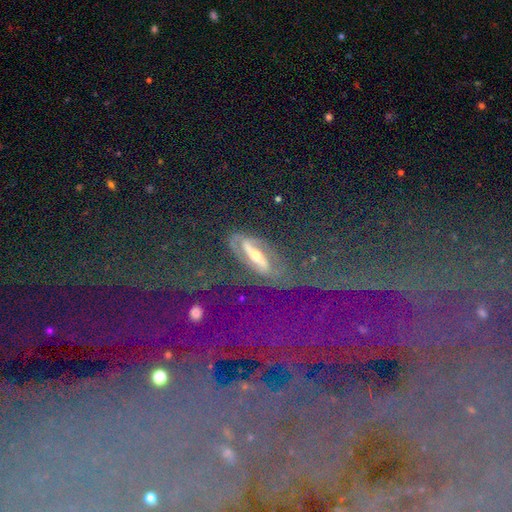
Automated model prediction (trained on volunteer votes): A featured or disk galaxy (47%). Merging: none (64%).